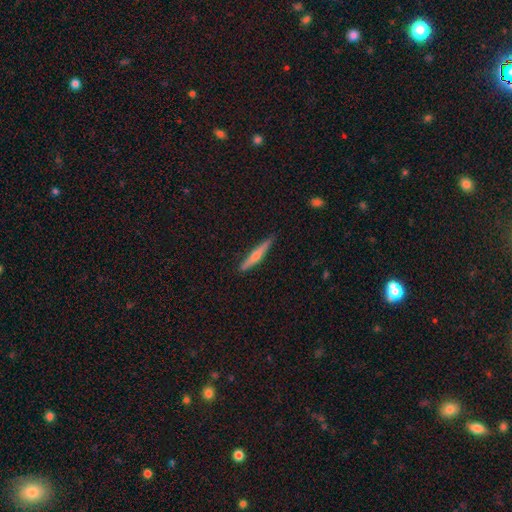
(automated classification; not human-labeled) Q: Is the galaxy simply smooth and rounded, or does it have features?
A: featured or disk — 49%.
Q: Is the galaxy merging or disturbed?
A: none — 88%.